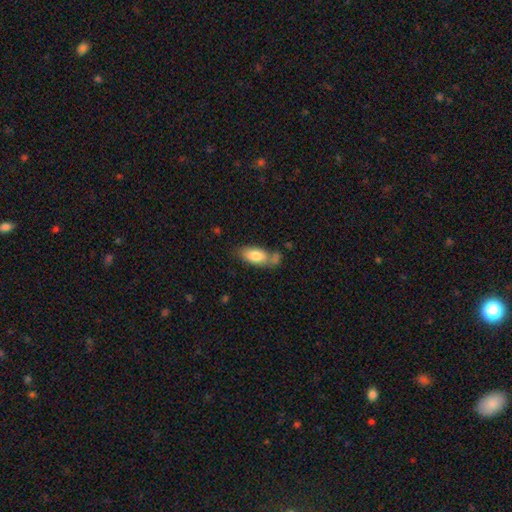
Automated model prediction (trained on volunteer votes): A smooth galaxy with no disk features (79%) that is in between round and cigar-shaped (87%). Merging: none (48%).